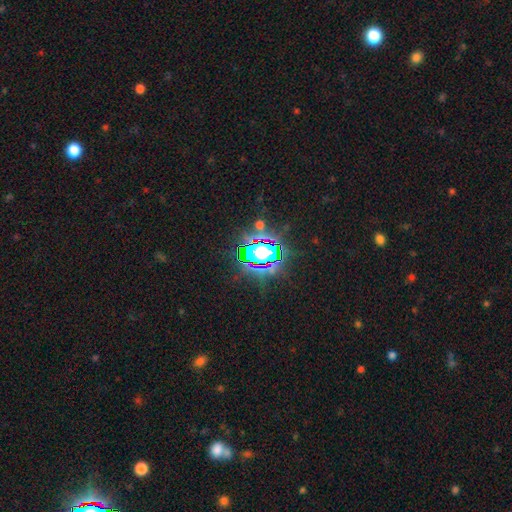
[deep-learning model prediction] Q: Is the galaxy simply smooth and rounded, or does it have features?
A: star or artifact — 81%.